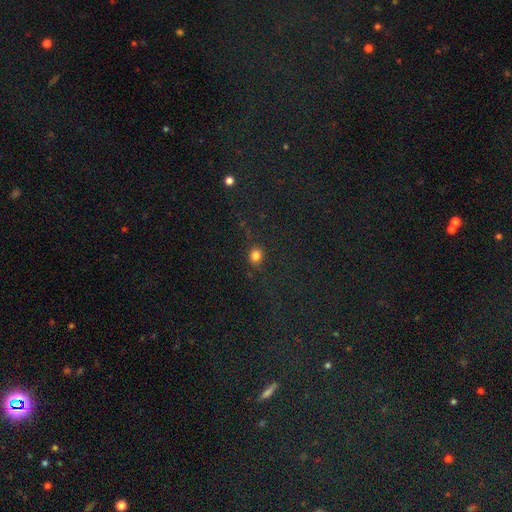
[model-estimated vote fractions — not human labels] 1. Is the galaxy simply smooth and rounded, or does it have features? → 81% smooth, 14% star or artifact, 5% featured or disk.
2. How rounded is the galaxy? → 76% round, 23% in between, 1% cigar-shaped.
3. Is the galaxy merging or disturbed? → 82% none, 11% minor disturbance, 5% major disturbance, 2% merger.